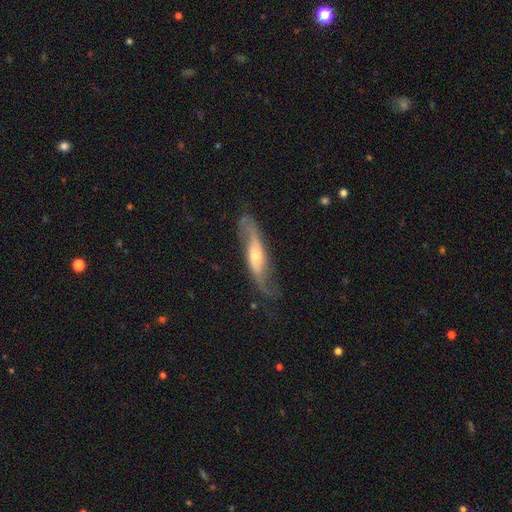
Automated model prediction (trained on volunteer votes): The model was most divided on "bulge size": small: 51%, moderate: 42%, large: 3%, none: 2%, dominant: 1%. More confident: spiral arms — yes (88%); smooth or featured — featured or disk (76%); edge-on disk — no (69%); merging — none (67%); bar — no (56%).